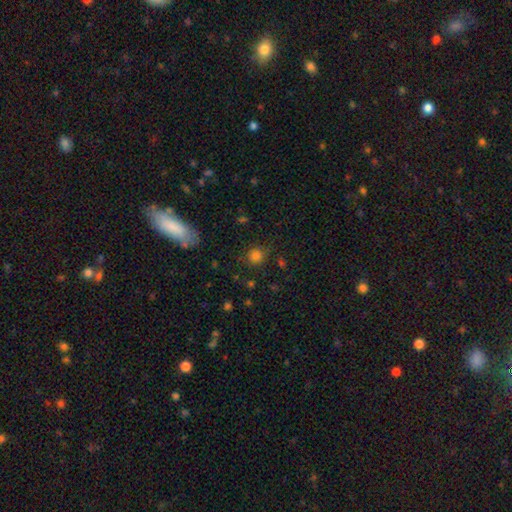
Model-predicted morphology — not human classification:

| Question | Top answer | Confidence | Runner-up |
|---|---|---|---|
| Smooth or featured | smooth | 80% | star or artifact (15%) |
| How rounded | round | 87% | in between (12%) |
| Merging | none | 78% | minor disturbance (13%) |